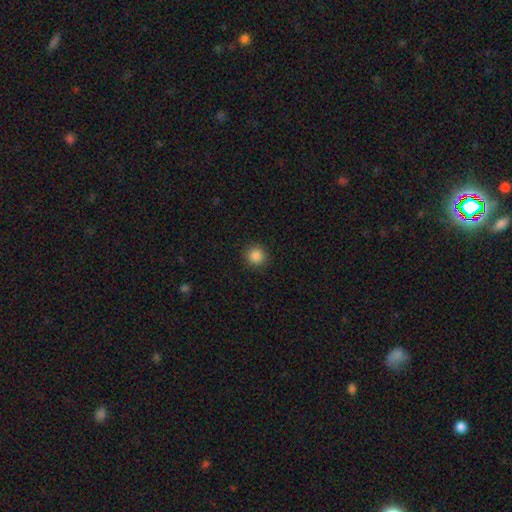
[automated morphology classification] smooth-or-featured: smooth: 86% | star or artifact: 11% | featured or disk: 3%
  how-rounded: round: 93% | in between: 6% | cigar-shaped: 1%
  merging: none: 92% | minor disturbance: 5% | major disturbance: 2% | merger: 1%